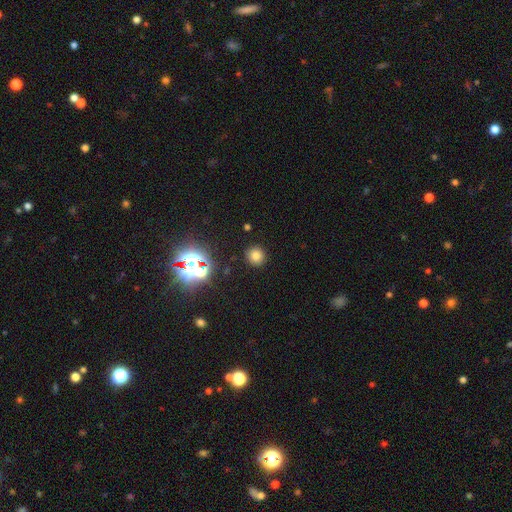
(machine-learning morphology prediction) Smooth or featured? Predicted: smooth (p=0.73). How rounded? Predicted: round (p=0.91). Merging? Predicted: none (p=0.89).